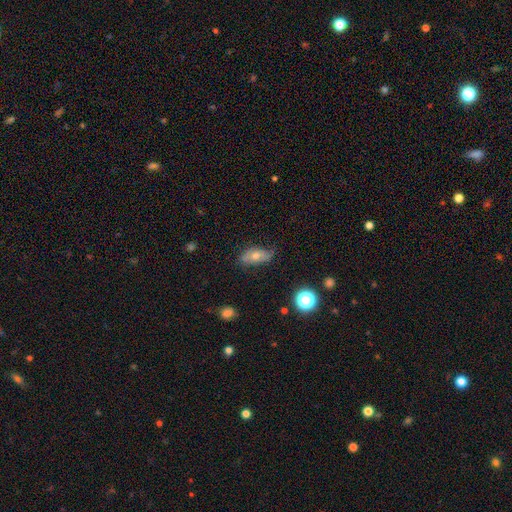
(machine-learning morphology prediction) Smooth or featured: smooth — 54% (featured or disk — 33%)
How rounded: in between — 83% (cigar-shaped — 9%)
Merging: none — 67% (minor disturbance — 25%)